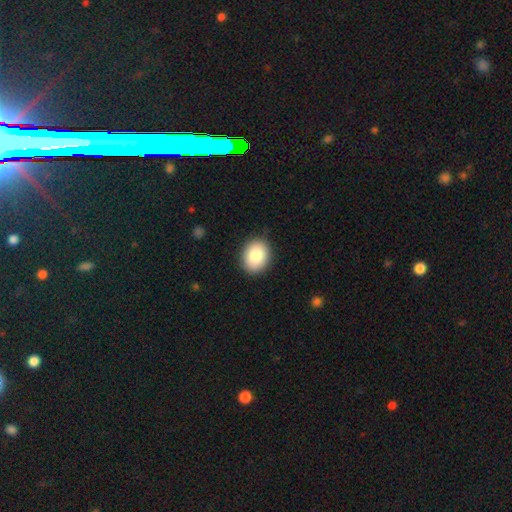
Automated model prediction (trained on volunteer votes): This appears to be a smooth galaxy with no disk features (85%) that is round (52%). Merging: none (89%).